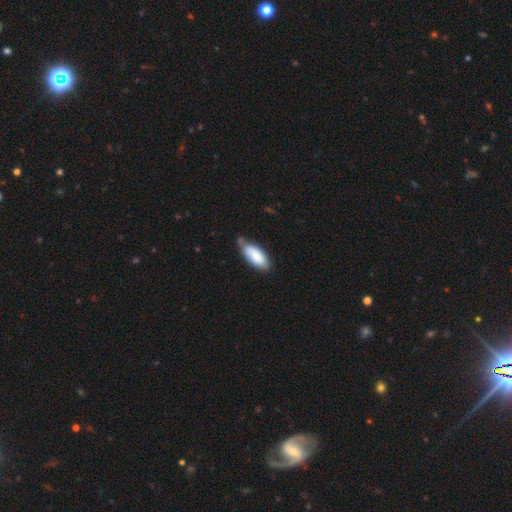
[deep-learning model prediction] Overall: smooth (79%). How rounded: in between (85%). Merging: none (53%; minor disturbance 34%).